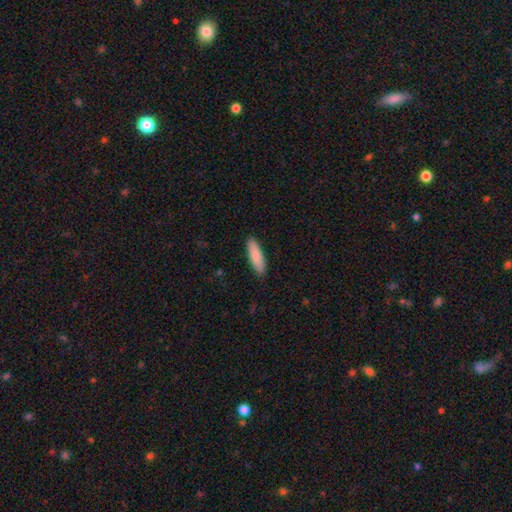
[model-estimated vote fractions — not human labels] smooth-or-featured: smooth: 86% | featured or disk: 9% | star or artifact: 5%
  how-rounded: cigar-shaped: 50% | in between: 48% | round: 2%
  merging: none: 89% | minor disturbance: 8% | major disturbance: 2% | merger: 1%